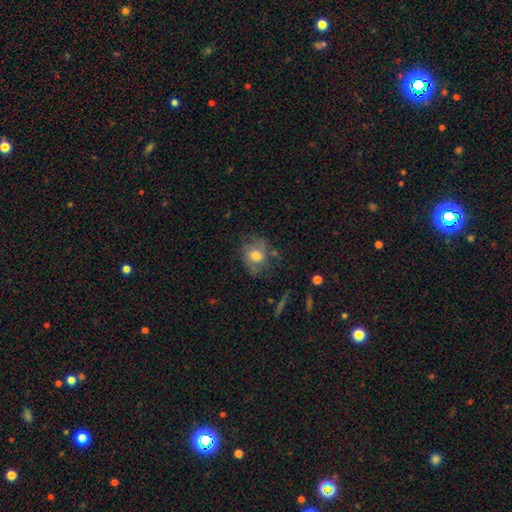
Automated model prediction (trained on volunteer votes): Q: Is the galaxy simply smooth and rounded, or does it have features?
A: smooth — 56%.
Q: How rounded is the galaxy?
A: round — 59%.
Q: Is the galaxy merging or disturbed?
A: none — 56%.